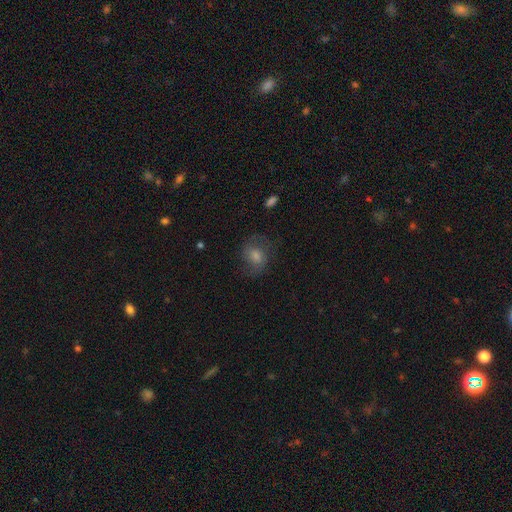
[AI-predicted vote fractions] smooth 44%, featured or disk 40%, star or artifact 17%. Down the decision tree: merging — none (70%).